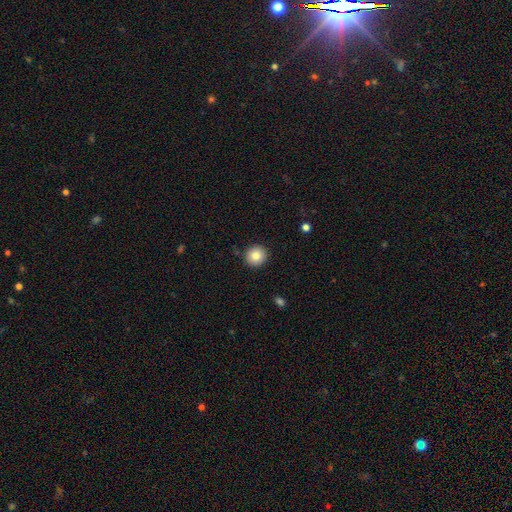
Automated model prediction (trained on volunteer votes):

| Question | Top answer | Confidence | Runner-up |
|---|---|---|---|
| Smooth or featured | smooth | 83% | star or artifact (9%) |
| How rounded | round | 93% | in between (6%) |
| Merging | none | 91% | minor disturbance (6%) |